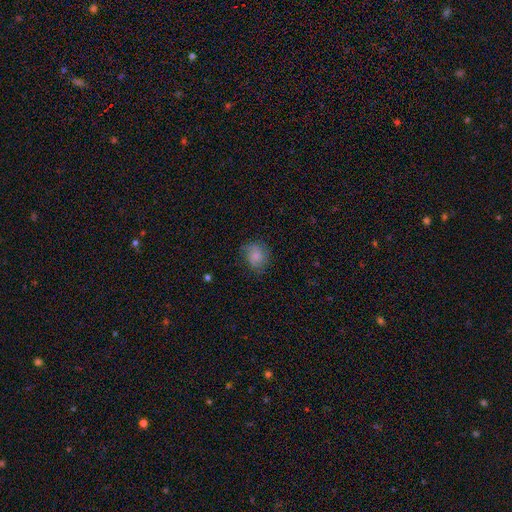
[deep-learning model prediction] Smooth or featured: smooth — 76% (featured or disk — 15%)
How rounded: round — 65% (in between — 34%)
Merging: none — 65% (minor disturbance — 25%)